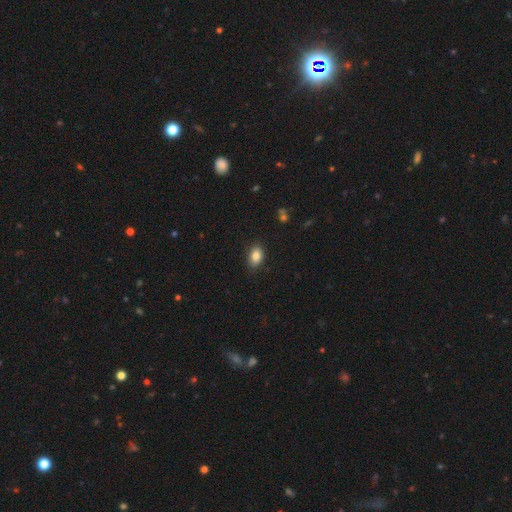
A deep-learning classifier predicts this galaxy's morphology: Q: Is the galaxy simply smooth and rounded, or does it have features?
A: smooth — 84%.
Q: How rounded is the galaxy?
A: in between — 84%.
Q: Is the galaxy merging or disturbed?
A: none — 84%.